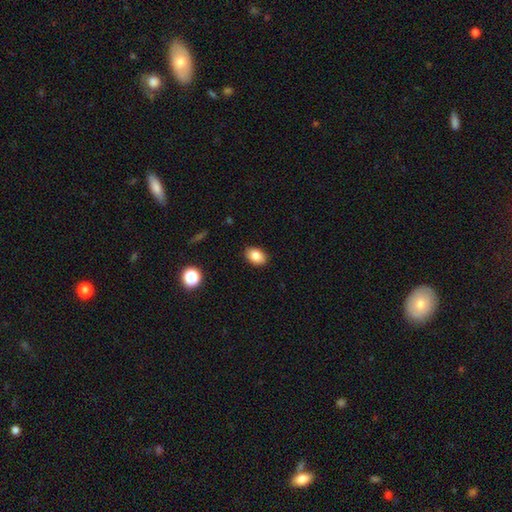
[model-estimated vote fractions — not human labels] A smooth galaxy with no disk features (84%) that is in between round and cigar-shaped (82%). Merging: none (88%).